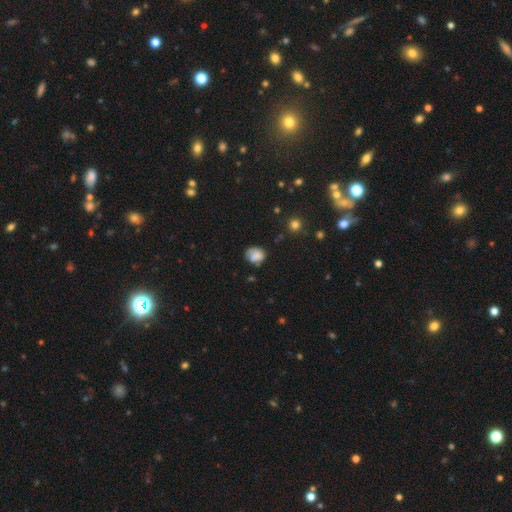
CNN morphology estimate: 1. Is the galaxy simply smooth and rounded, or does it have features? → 77% smooth, 13% featured or disk, 10% star or artifact.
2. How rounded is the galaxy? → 58% round, 41% in between, 1% cigar-shaped.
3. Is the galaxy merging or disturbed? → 58% none, 28% minor disturbance, 9% major disturbance, 4% merger.